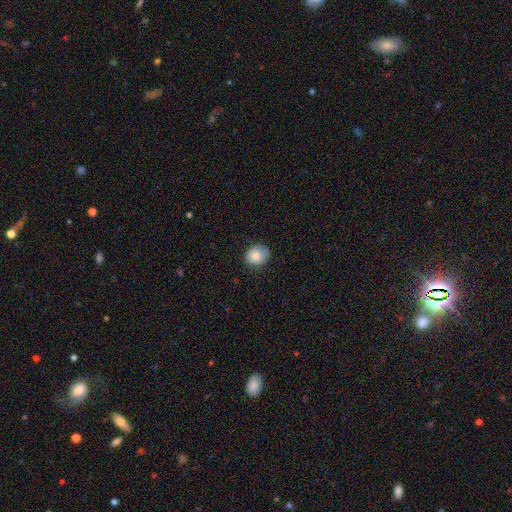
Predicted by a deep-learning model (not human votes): This appears to be a smooth galaxy with no disk features (79%) that is round (77%). Merging: none (74%).